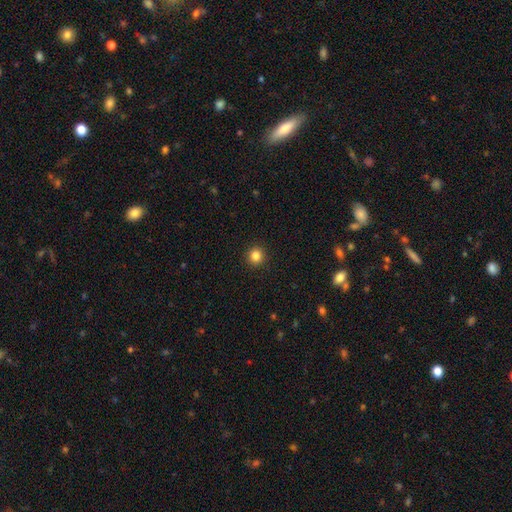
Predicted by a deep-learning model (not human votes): smooth-or-featured: smooth: 84% | star or artifact: 12% | featured or disk: 5%
  how-rounded: round: 94% | in between: 5% | cigar-shaped: 1%
  merging: none: 93% | minor disturbance: 4% | major disturbance: 2% | merger: 1%